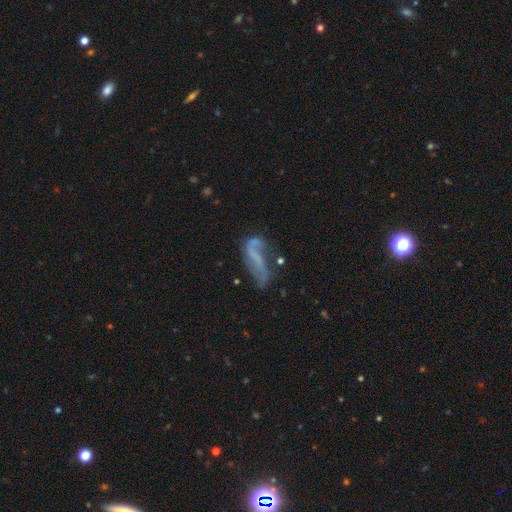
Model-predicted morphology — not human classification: This is likely a featured or disk galaxy (68%). It is clearly not viewed edge-on (90%). Bar: marginally no (36%, tied with strong). Spiral arm pattern: likely yes (76%). Central bulge: likely none (67%). Merging: possibly none (45%).